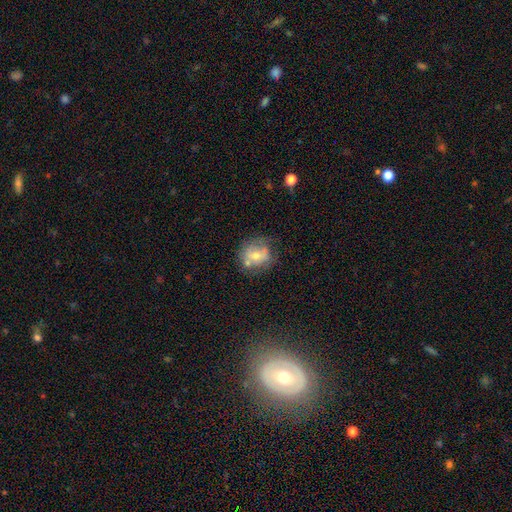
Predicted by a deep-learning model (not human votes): Smooth or featured? smooth (52%)
How rounded? round (73%)
Merging? none (49%)